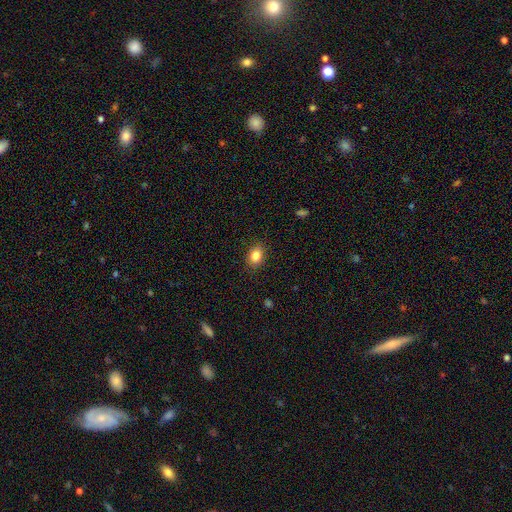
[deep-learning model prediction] Smooth or featured?
  - smooth: 84% *
  - star or artifact: 10%
  - featured or disk: 6%
How rounded?
  - in between: 67% *
  - round: 32%
  - cigar-shaped: 1%
Merging?
  - none: 87% *
  - minor disturbance: 10%
  - major disturbance: 3%
  - merger: 1%